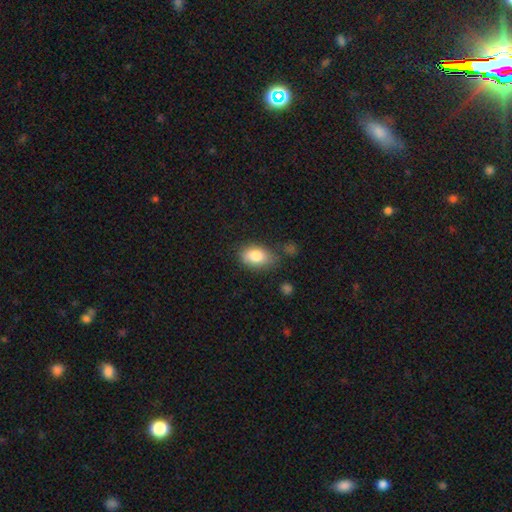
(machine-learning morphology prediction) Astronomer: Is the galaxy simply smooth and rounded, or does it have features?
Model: smooth — 83%.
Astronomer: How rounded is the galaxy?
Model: in between — 88%.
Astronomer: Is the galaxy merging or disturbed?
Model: none — 64%.